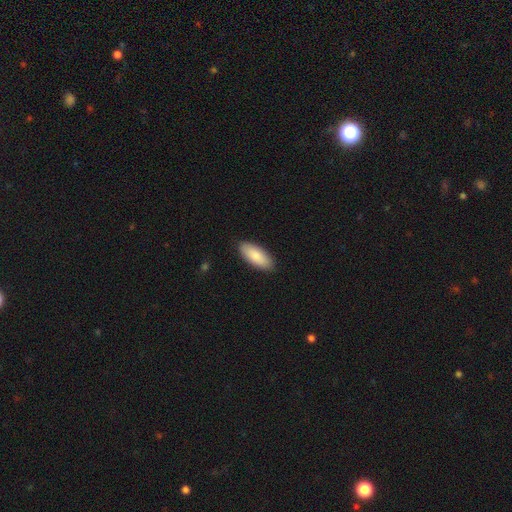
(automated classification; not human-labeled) Smooth or featured: smooth — 87% (featured or disk — 8%)
How rounded: in between — 86% (cigar-shaped — 12%)
Merging: none — 89% (minor disturbance — 8%)